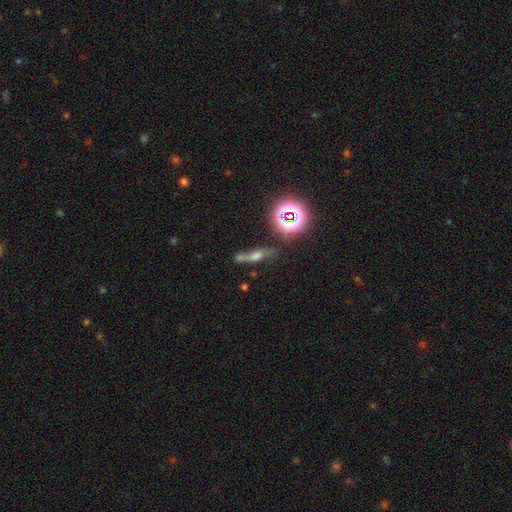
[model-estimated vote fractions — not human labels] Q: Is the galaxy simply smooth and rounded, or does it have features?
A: featured or disk — 44%.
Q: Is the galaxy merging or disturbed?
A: none — 59%.